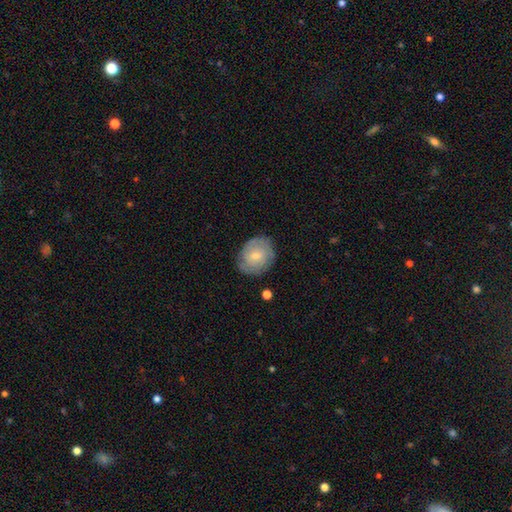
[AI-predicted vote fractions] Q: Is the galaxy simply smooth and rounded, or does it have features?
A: featured or disk — 47%.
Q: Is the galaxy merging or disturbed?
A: none — 77%.